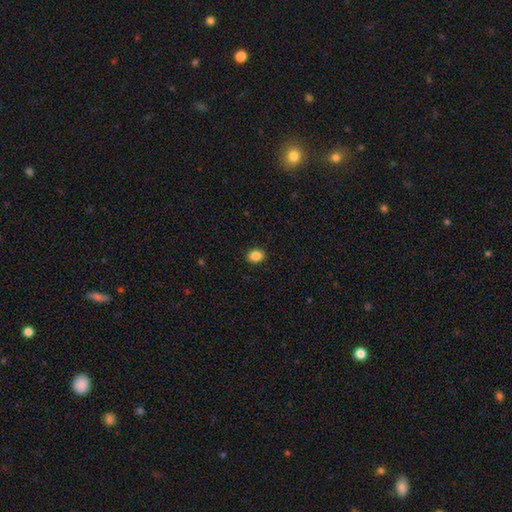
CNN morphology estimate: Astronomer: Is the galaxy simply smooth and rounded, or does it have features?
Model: smooth — 88%.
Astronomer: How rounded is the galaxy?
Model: in between — 61% (runner-up: round, 39%).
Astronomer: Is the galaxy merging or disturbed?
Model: none — 91%.